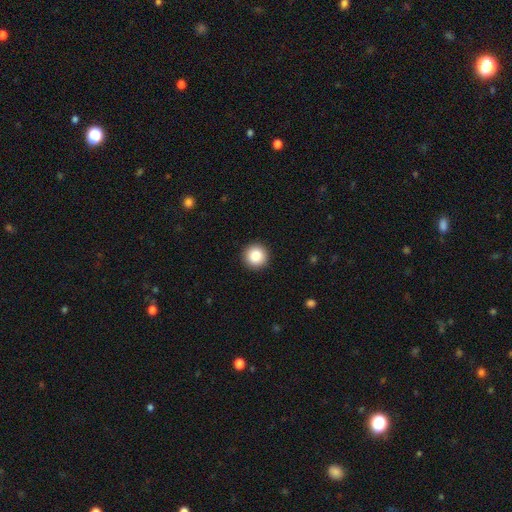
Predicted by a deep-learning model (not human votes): Smooth or featured? Predicted: smooth (p=0.87). How rounded? Predicted: round (p=0.96). Merging? Predicted: none (p=0.93).